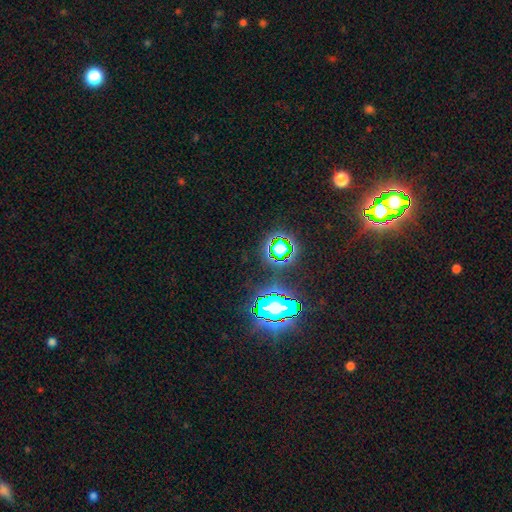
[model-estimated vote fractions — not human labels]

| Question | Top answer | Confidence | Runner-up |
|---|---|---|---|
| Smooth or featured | star or artifact | 81% | smooth (12%) |